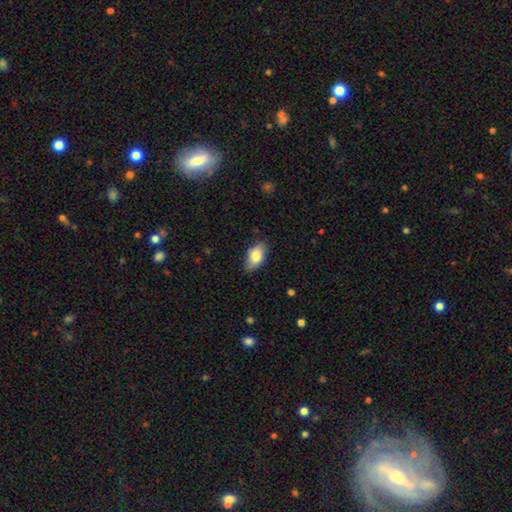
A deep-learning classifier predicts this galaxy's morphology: Smooth or featured?
  - smooth: 79% *
  - featured or disk: 15%
  - star or artifact: 6%
How rounded?
  - in between: 92% *
  - round: 5%
  - cigar-shaped: 4%
Merging?
  - none: 80% *
  - minor disturbance: 17%
  - major disturbance: 3%
  - merger: 1%